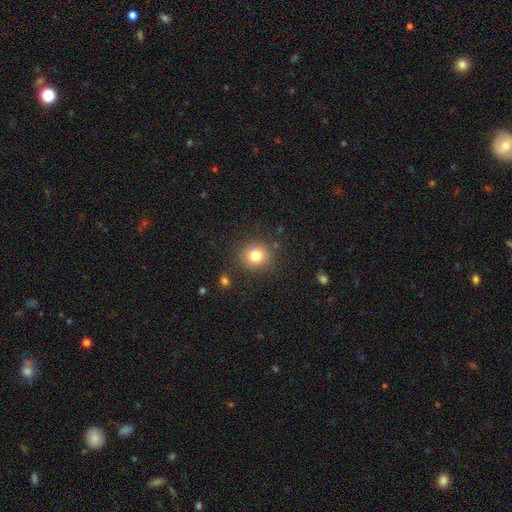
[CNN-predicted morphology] Overall: smooth (81%). How rounded: round (89%). Merging: none (85%).